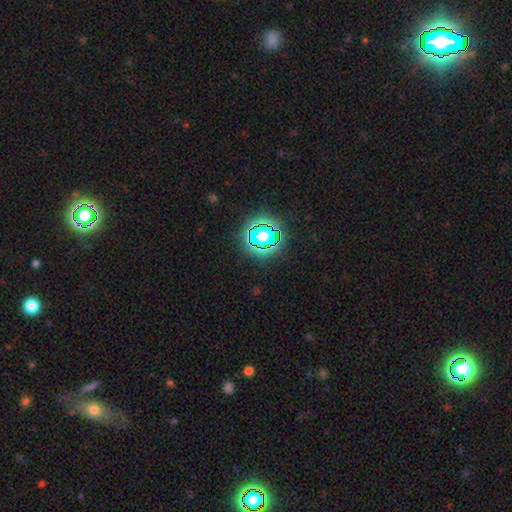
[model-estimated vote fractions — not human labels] A star or artifact, not a galaxy (78%).

Vote fractions:
- Smooth or featured? star or artifact: 78% / smooth: 14% / featured or disk: 8%